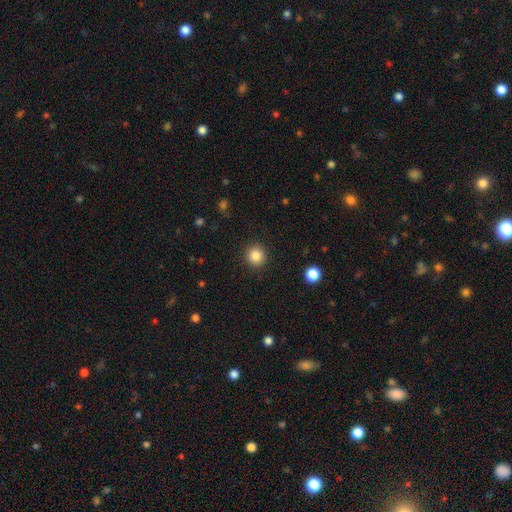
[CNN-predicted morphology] The model was most divided on "smooth or featured": smooth: 85%, star or artifact: 10%, featured or disk: 5%. More confident: how rounded — round (93%); merging — none (91%).